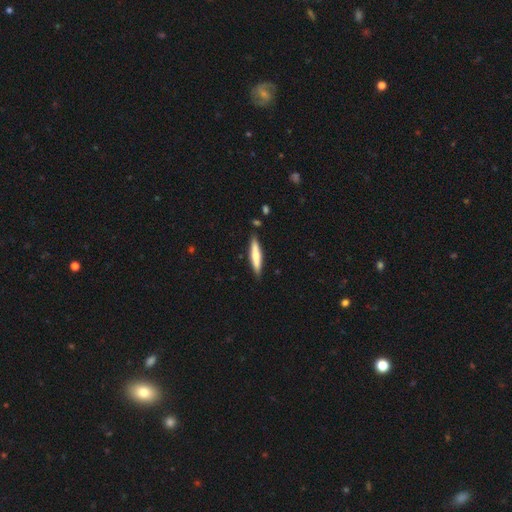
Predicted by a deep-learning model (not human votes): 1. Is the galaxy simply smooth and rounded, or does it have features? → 68% smooth, 26% featured or disk, 5% star or artifact.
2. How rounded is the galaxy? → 88% cigar-shaped, 11% in between, 1% round.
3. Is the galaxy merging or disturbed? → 86% none, 10% minor disturbance, 2% merger, 2% major disturbance.